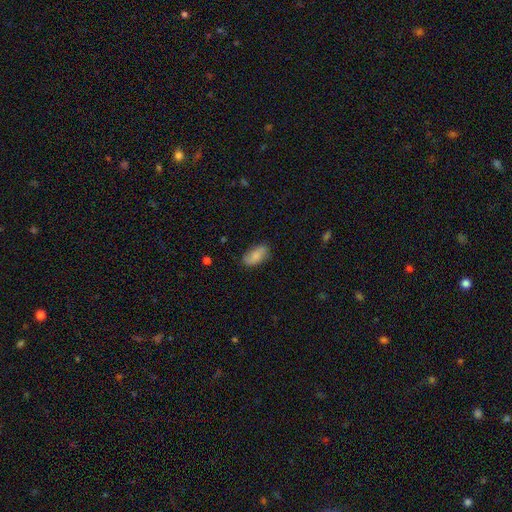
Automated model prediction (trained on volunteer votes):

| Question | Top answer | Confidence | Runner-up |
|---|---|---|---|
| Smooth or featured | smooth | 78% | featured or disk (15%) |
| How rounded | in between | 91% | cigar-shaped (6%) |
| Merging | none | 77% | minor disturbance (18%) |